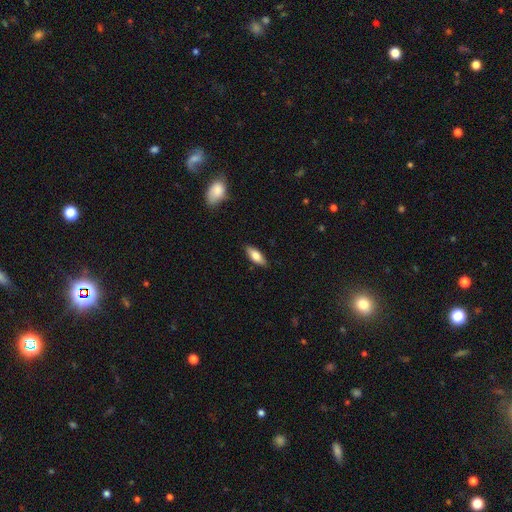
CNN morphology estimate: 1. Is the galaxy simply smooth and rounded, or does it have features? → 75% smooth, 19% featured or disk, 6% star or artifact.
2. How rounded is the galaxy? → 71% in between, 27% cigar-shaped, 2% round.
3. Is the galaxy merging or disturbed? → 86% none, 11% minor disturbance, 2% major disturbance, 1% merger.